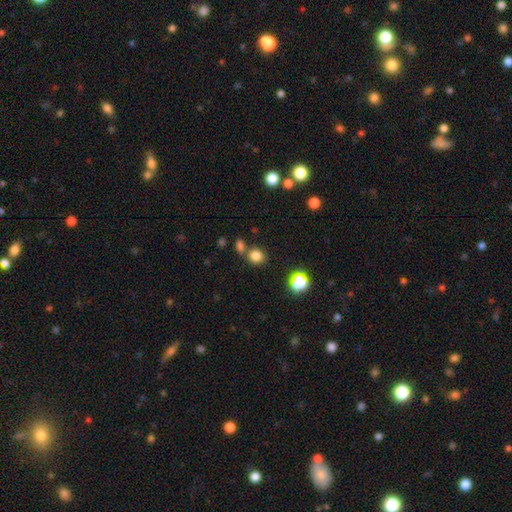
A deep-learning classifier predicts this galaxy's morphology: A smooth galaxy with no disk features (80%) that is round (77%). Merging: none (68%).